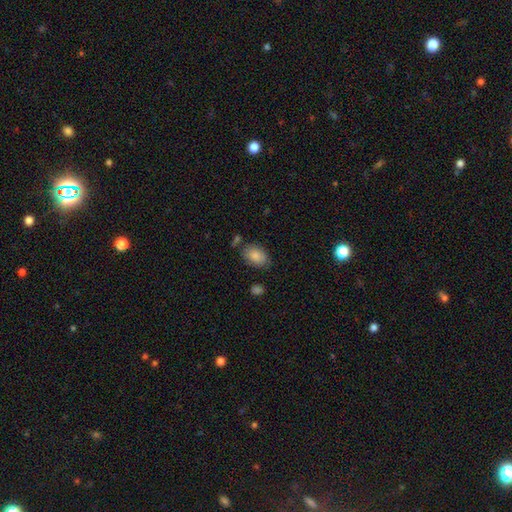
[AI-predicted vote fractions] Morphology: type=smooth (85%); roundness=in between (84%); merging=none (70%).